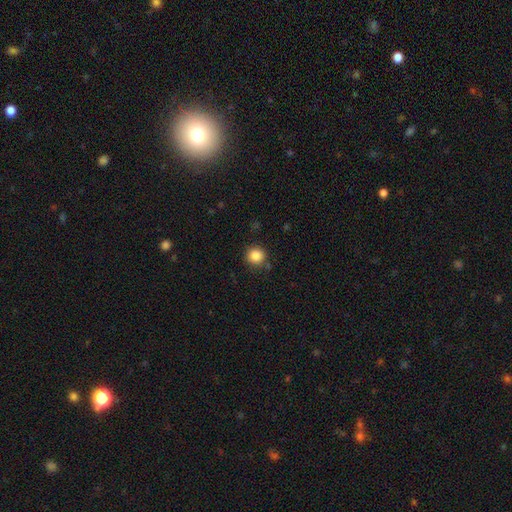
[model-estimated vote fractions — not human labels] The model was most divided on "smooth or featured": smooth: 85%, star or artifact: 11%, featured or disk: 4%. More confident: how rounded — round (92%); merging — none (86%).